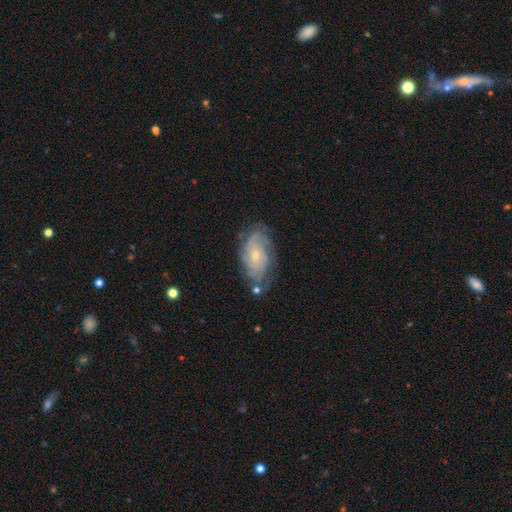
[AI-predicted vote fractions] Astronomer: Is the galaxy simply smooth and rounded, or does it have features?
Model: featured or disk — 79%.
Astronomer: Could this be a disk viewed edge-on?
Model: no — 96%.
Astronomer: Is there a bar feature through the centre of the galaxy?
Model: no — 74%.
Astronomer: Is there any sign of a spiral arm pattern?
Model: yes — 93%.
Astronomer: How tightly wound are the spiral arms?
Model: tight — 60%.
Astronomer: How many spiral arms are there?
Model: can't tell — 39% (runner-up: 3, 18%).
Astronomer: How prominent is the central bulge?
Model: small — 69%.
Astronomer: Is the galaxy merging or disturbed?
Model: none — 67%.